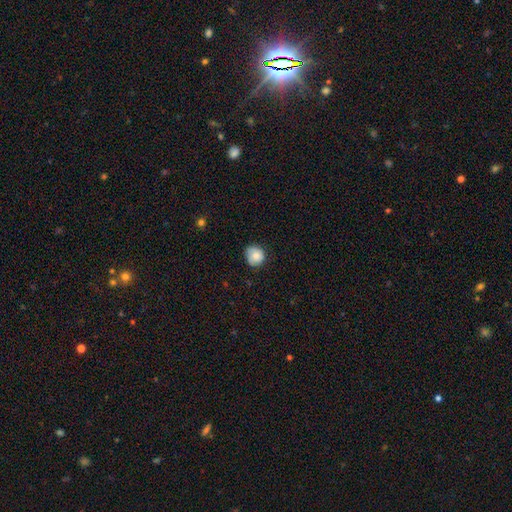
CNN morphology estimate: Smooth or featured? smooth (82%)
How rounded? round (82%)
Merging? none (72%)